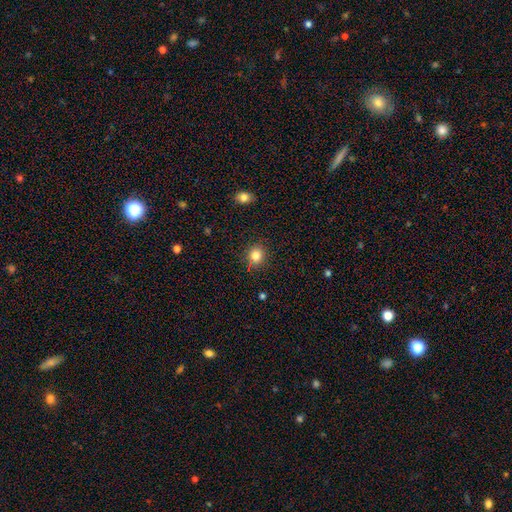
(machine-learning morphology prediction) The model was most divided on "how rounded": round: 81%, in between: 18%, cigar-shaped: 1%. More confident: merging — none (85%); smooth or featured — smooth (82%).